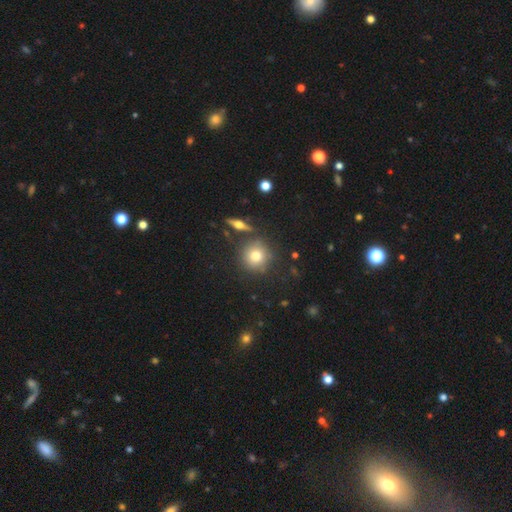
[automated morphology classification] The model was most divided on "smooth or featured": smooth: 73%, featured or disk: 15%, star or artifact: 12%. More confident: how rounded — round (92%); merging — none (81%).